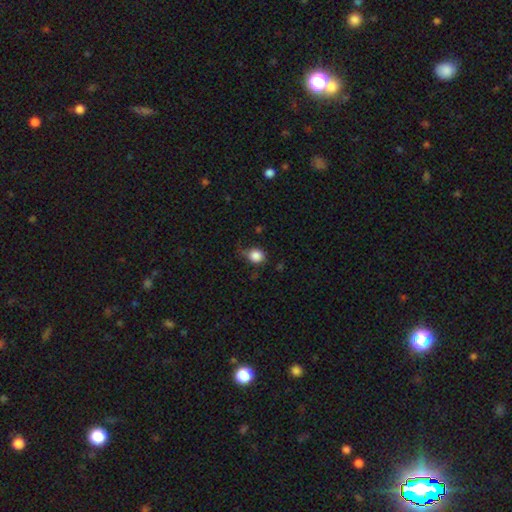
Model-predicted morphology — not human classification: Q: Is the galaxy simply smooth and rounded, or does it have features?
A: smooth — 86%.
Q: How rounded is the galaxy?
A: round — 80%.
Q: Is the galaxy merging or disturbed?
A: none — 59%.